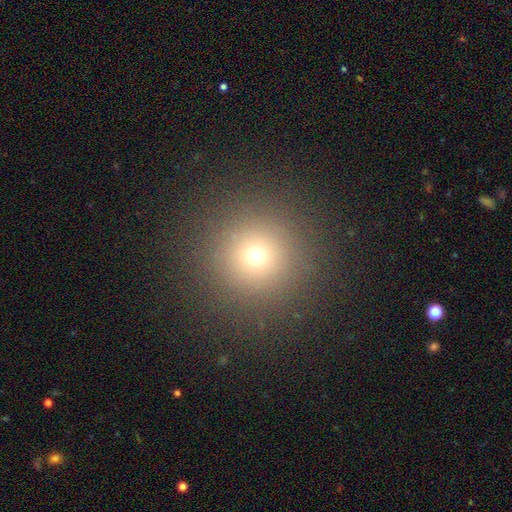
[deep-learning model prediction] The model was most divided on "smooth or featured": smooth: 69%, star or artifact: 23%, featured or disk: 9%. More confident: how rounded — round (96%); merging — none (92%).